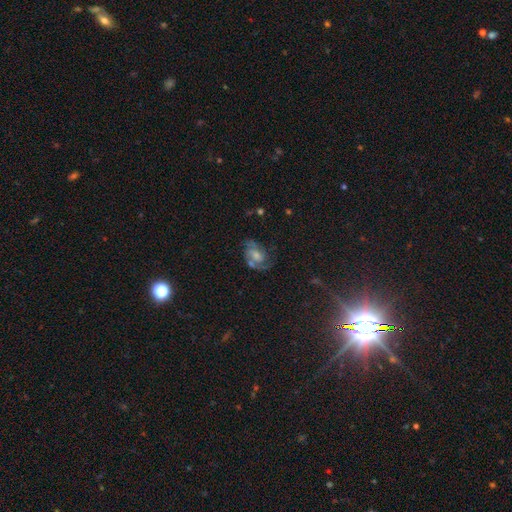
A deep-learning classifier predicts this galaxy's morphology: Smooth or featured?
  - featured or disk: 75% *
  - smooth: 16%
  - star or artifact: 9%
Edge-on disk?
  - no: 97% *
  - yes: 3%
Bar?
  - no: 51% *
  - weak: 40%
  - strong: 9%
Spiral arms?
  - yes: 92% *
  - no: 8%
Spiral winding?
  - medium: 49% *
  - tight: 32%
  - loose: 18%
Spiral arm count?
  - 2: 68% *
  - can't tell: 12%
  - 3: 8%
  - 1: 7%
  - 4: 2%
  - more than 4: 2%
Bulge size?
  - moderate: 39% *
  - small: 33%
  - none: 15%
  - large: 11%
  - dominant: 2%
Merging?
  - none: 59% *
  - minor disturbance: 21%
  - major disturbance: 15%
  - merger: 5%